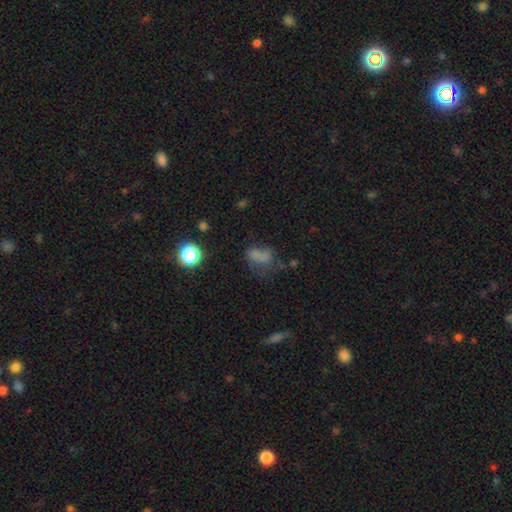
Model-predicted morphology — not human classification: Q: Smooth or featured?
A: smooth (59%); runner-up: star or artifact (24%)
Q: How rounded?
A: in between (71%); runner-up: round (25%)
Q: Merging?
A: none (38%); runner-up: minor disturbance (24%)